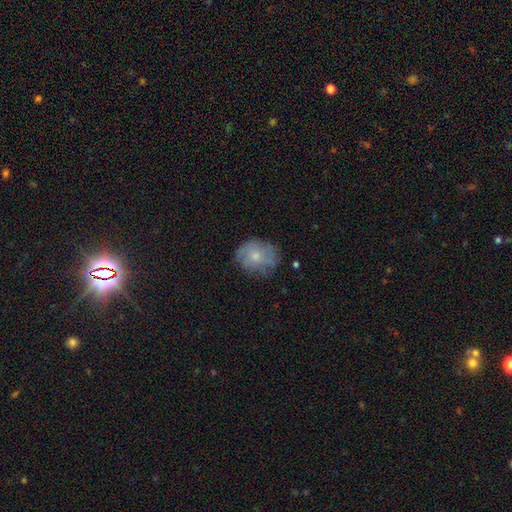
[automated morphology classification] smooth-or-featured: smooth: 64% | featured or disk: 27% | star or artifact: 9%
  how-rounded: round: 62% | in between: 37% | cigar-shaped: 1%
  merging: none: 66% | minor disturbance: 24% | major disturbance: 8% | merger: 2%